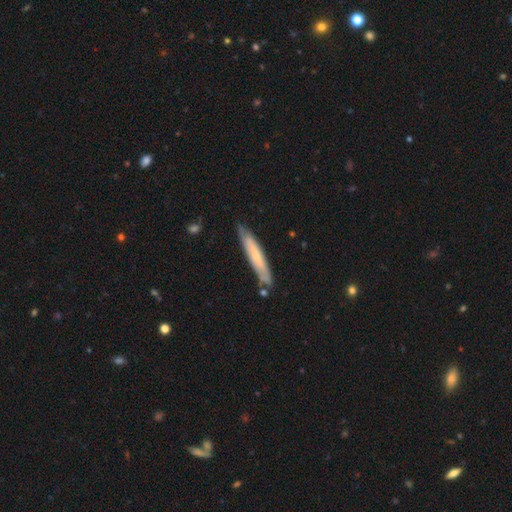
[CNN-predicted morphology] The model was most divided on "smooth or featured": smooth: 48%, featured or disk: 46%, star or artifact: 6%. More confident: merging — none (78%).